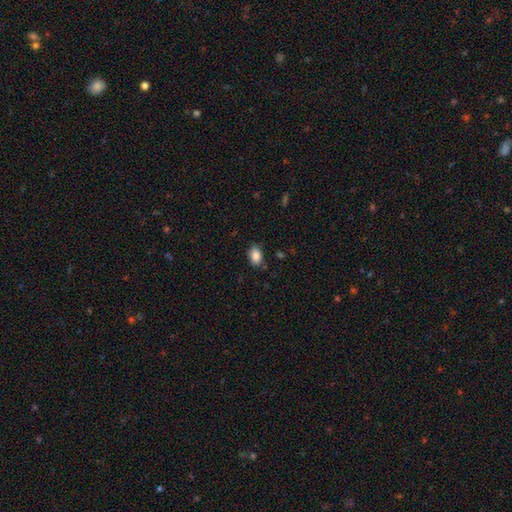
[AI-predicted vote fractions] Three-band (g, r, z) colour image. It shows a smooth galaxy with no disk features (86%) that is in between round and cigar-shaped (83%). Merging: none (82%).